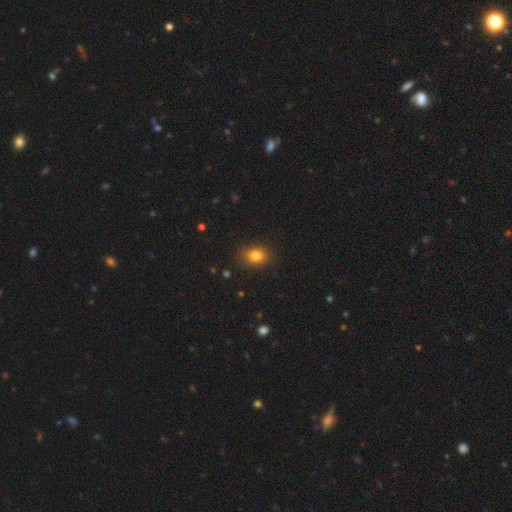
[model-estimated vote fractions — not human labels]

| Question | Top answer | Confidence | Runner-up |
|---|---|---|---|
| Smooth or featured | smooth | 82% | star or artifact (11%) |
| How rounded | in between | 57% | round (42%) |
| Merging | none | 86% | minor disturbance (10%) |